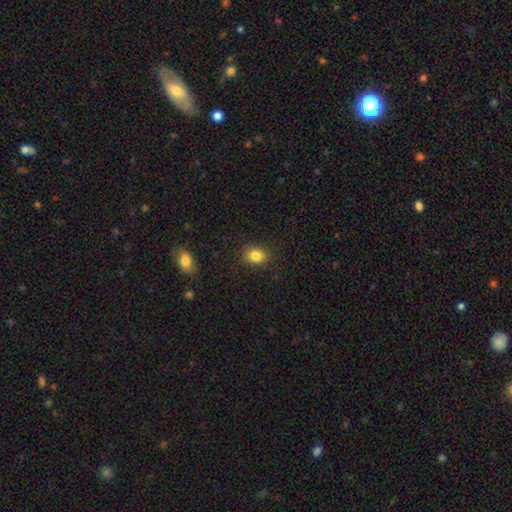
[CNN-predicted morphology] Q: Smooth or featured?
A: smooth (84%); runner-up: star or artifact (10%)
Q: How rounded?
A: in between (50%); runner-up: round (49%)
Q: Merging?
A: none (88%); runner-up: minor disturbance (8%)